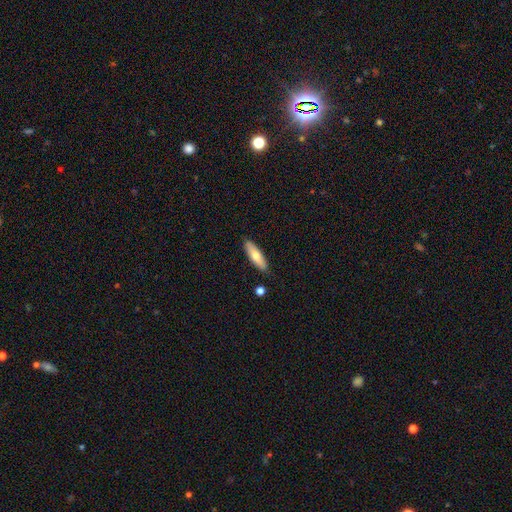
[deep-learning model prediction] This appears to be a smooth galaxy with no disk features (67%) that is cigar-shaped (58%). Merging: none (85%).